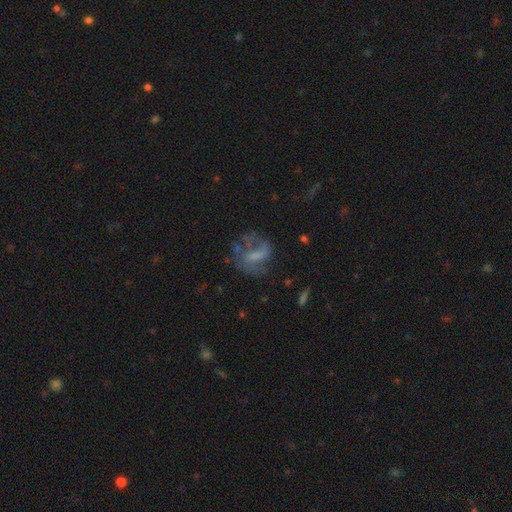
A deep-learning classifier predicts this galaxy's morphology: A featured or disk galaxy (58%) with a weak bar (42%), spiral arms (64%) and no central bulge (43%). Merging: none (45%).